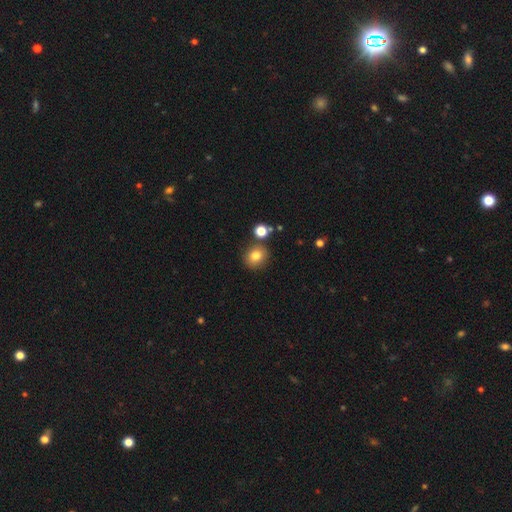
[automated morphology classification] smooth_or_featured: smooth (p=0.79) [alt: star or artifact p=0.12]
how_rounded: round (p=0.84) [alt: in between p=0.15]
merging: none (p=0.81) [alt: minor disturbance p=0.09]